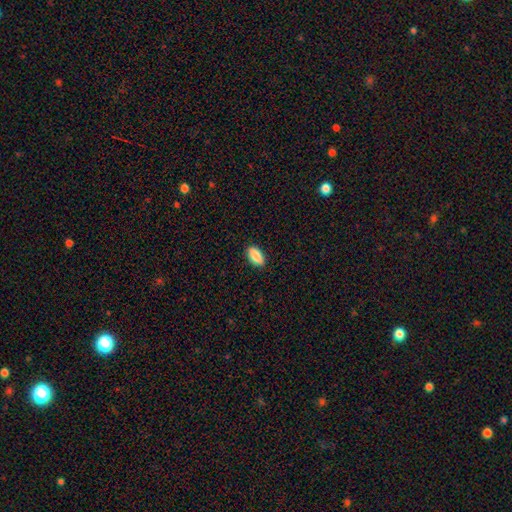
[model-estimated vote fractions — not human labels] This appears to be a smooth galaxy with no disk features (88%) that is in between round and cigar-shaped (90%). Merging: none (87%).